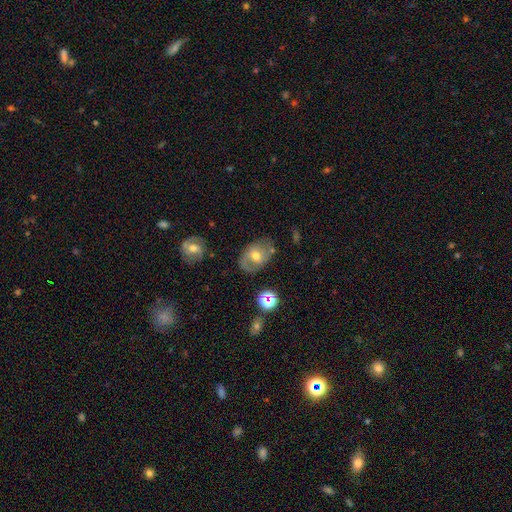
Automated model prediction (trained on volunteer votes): Overall: featured or disk (52%; smooth 38%). Edge-on disk: no (94%). Merging: none (65%).